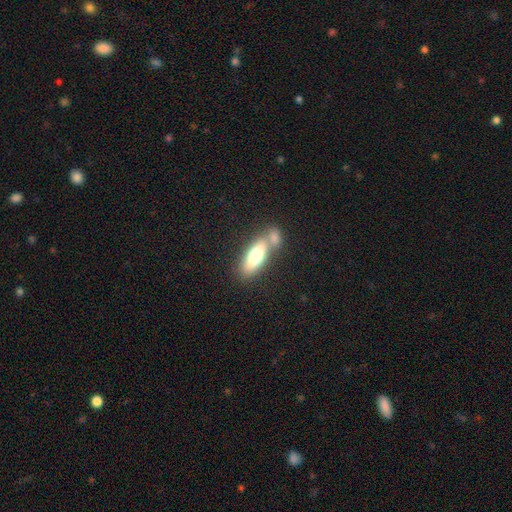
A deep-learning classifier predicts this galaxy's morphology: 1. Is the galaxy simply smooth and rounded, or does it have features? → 69% smooth, 25% featured or disk, 6% star or artifact.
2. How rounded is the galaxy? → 65% in between, 32% cigar-shaped, 3% round.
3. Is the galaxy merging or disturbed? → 44% none, 39% merger, 12% minor disturbance, 5% major disturbance.